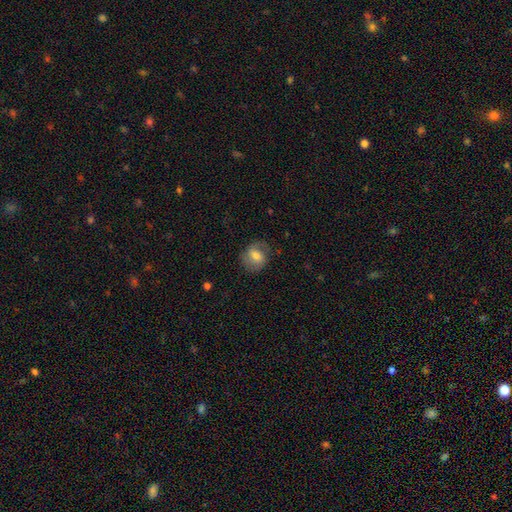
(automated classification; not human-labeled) smooth 59%, featured or disk 33%, star or artifact 8%. Down the decision tree: how rounded — round (66%); merging — none (72%).